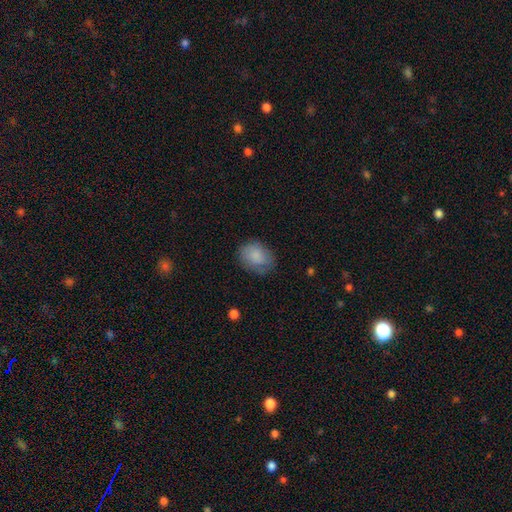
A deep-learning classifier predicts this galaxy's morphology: smooth-or-featured: smooth: 82% | featured or disk: 11% | star or artifact: 7%
  how-rounded: in between: 57% | round: 42% | cigar-shaped: 1%
  merging: none: 69% | minor disturbance: 23% | major disturbance: 7% | merger: 1%